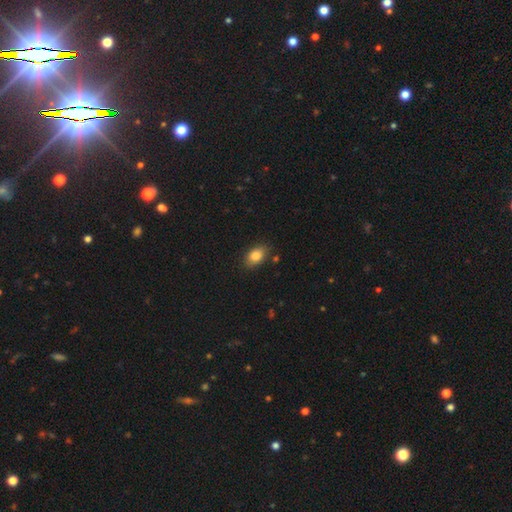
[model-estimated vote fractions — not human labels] Overall: smooth (85%). How rounded: in between (85%). Merging: none (82%).